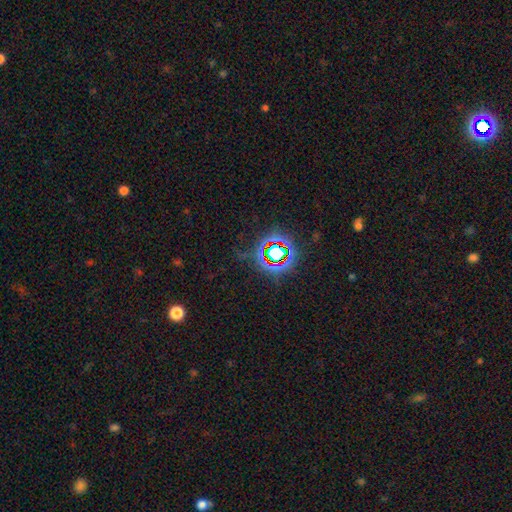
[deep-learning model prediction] star or artifact 75%, smooth 14%, featured or disk 11%.